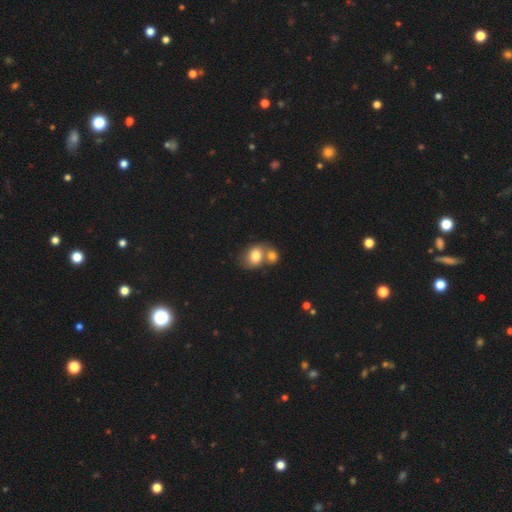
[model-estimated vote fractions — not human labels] Smooth or featured: smooth — 78% (featured or disk — 14%)
How rounded: in between — 54% (round — 44%)
Merging: merger — 56% (none — 31%)